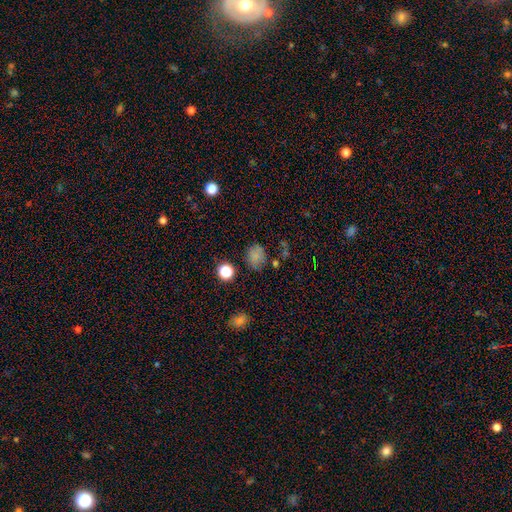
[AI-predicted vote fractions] Smooth or featured? smooth (75%)
How rounded? round (53%)
Merging? none (70%)